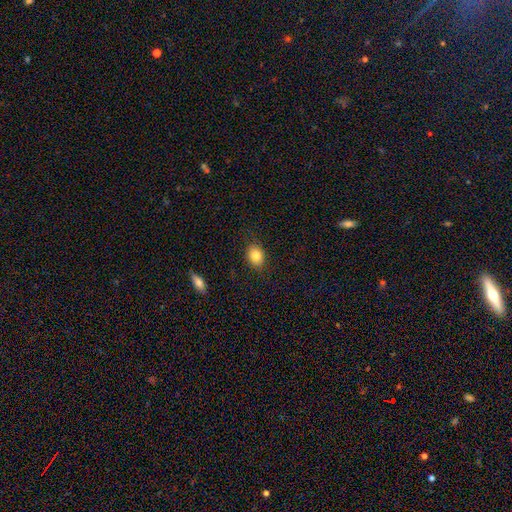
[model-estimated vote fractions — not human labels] Morphology: type=smooth (83%); roundness=in between (60%); merging=none (85%).